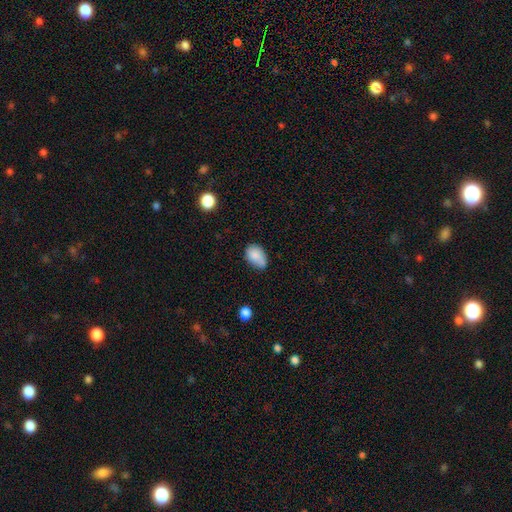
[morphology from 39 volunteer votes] type=smooth (90%); roundness=in between (77%); merging=minor disturbance (38%).